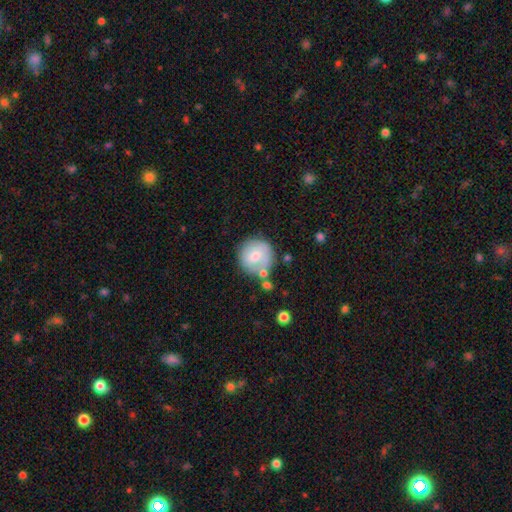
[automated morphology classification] smooth-or-featured: smooth: 71% | featured or disk: 22% | star or artifact: 7%
  how-rounded: round: 92% | in between: 7% | cigar-shaped: 1%
  merging: none: 64% | minor disturbance: 18% | merger: 11% | major disturbance: 7%